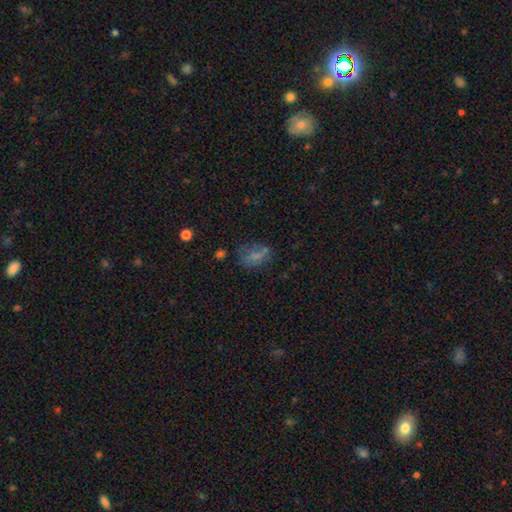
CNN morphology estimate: The model was most divided on "merging": none: 48%, minor disturbance: 23%, major disturbance: 20%, merger: 9%. More confident: how rounded — in between (72%); smooth or featured — smooth (59%).